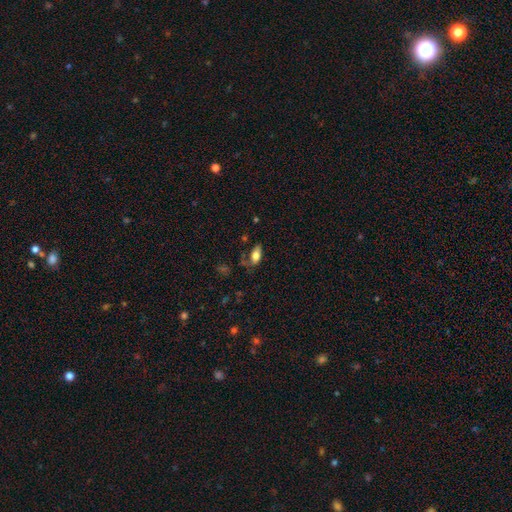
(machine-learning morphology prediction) This is likely a smooth galaxy (74%). How rounded: clearly in between (88%). Merging: possibly none (58%).